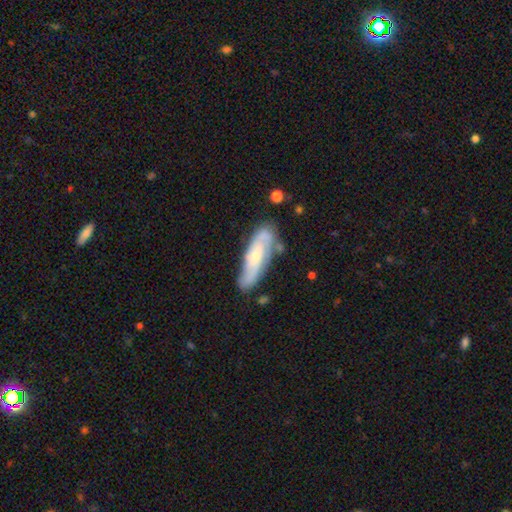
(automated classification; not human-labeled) Q: Smooth or featured?
A: featured or disk (58%); runner-up: smooth (36%)
Q: Edge-on disk?
A: no (79%); runner-up: yes (21%)
Q: Merging?
A: none (67%); runner-up: minor disturbance (22%)